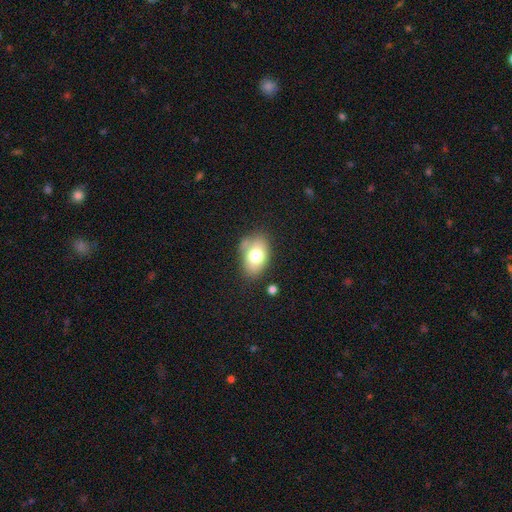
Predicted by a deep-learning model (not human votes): Smooth or featured? smooth (72%)
How rounded? in between (85%)
Merging? none (65%)